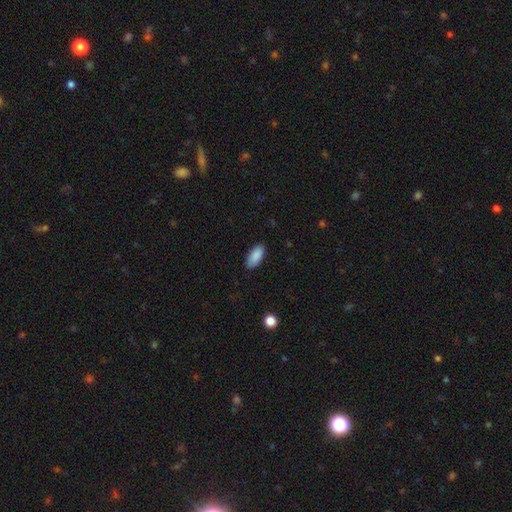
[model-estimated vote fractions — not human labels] A smooth galaxy with no disk features (90%) that is in between round and cigar-shaped (90%). Merging: none (88%).